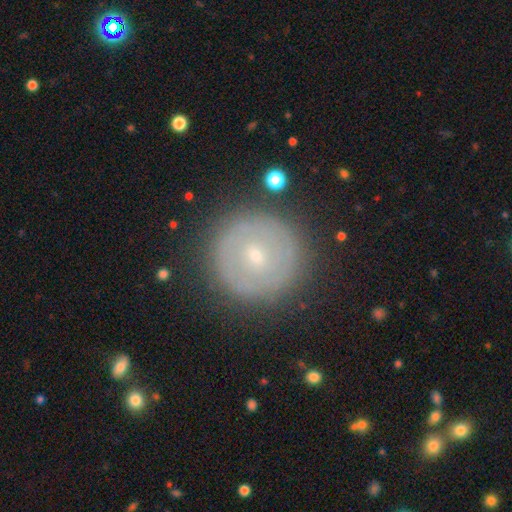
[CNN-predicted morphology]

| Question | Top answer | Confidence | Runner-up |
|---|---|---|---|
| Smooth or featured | featured or disk | 53% | smooth (38%) |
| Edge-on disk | no | 96% | yes (4%) |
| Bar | no | 64% | weak (27%) |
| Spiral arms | no | 64% | yes (36%) |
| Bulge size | small | 74% | moderate (22%) |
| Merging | none | 87% | minor disturbance (8%) |